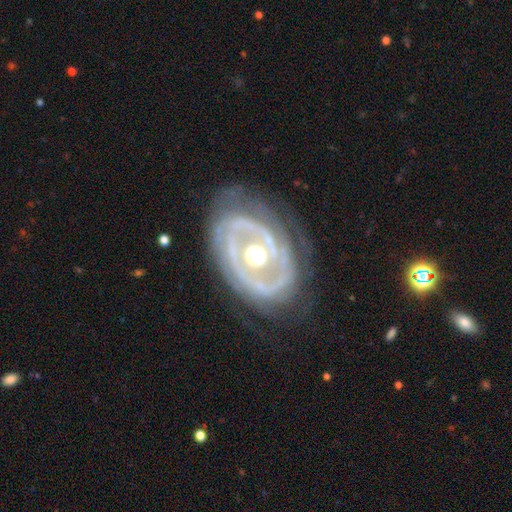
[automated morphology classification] type=featured or disk (84%); edge-on=no (95%); bar=no (79%); spiral arms=yes (67%); winding=tight (58%); arm count=2 (44%); bulge=moderate (73%); merging=none (61%).